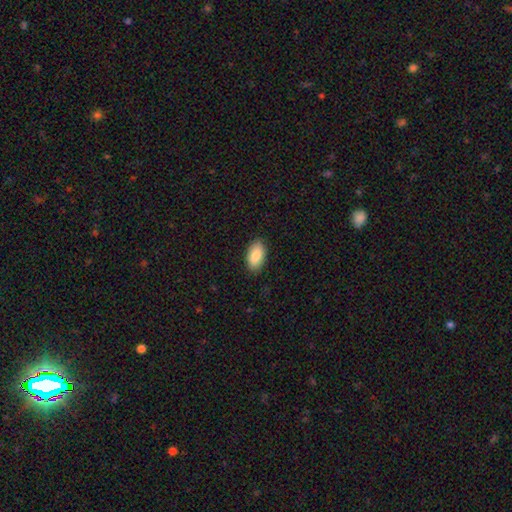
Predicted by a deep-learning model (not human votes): Smooth or featured?
  - smooth: 87% *
  - featured or disk: 7%
  - star or artifact: 6%
How rounded?
  - in between: 94% *
  - round: 3%
  - cigar-shaped: 3%
Merging?
  - none: 88% *
  - minor disturbance: 9%
  - major disturbance: 2%
  - merger: 1%